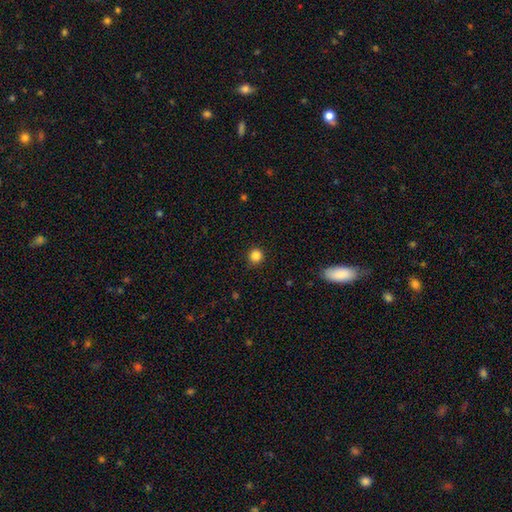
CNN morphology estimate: smooth_or_featured: smooth (p=0.85) [alt: star or artifact p=0.12]
how_rounded: round (p=0.93) [alt: in between p=0.06]
merging: none (p=0.91) [alt: minor disturbance p=0.06]